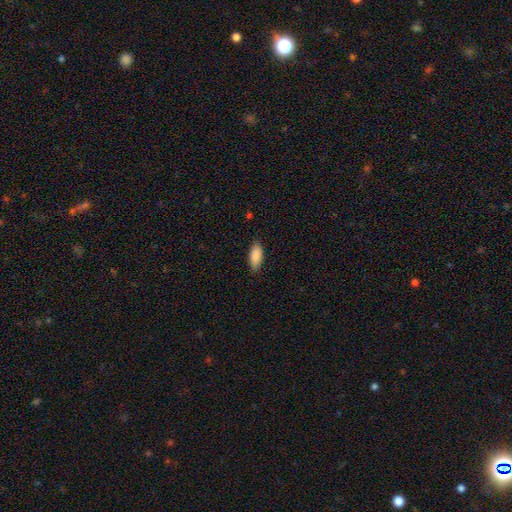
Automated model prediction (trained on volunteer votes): Smooth or featured?
  - smooth: 89% *
  - star or artifact: 6%
  - featured or disk: 5%
How rounded?
  - in between: 83% *
  - cigar-shaped: 15%
  - round: 2%
Merging?
  - none: 86% *
  - minor disturbance: 11%
  - major disturbance: 2%
  - merger: 1%